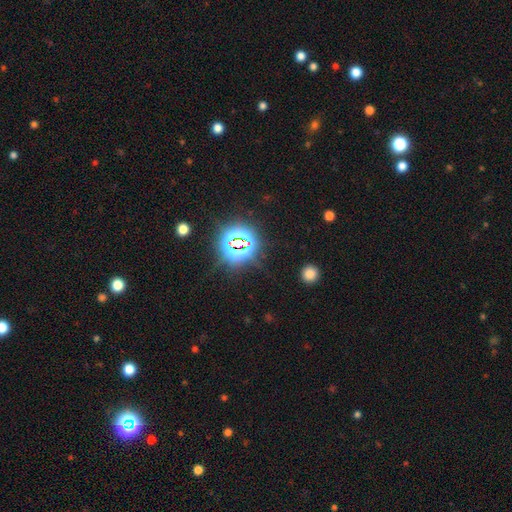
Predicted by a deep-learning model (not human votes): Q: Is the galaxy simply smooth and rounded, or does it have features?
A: star or artifact — 83%.